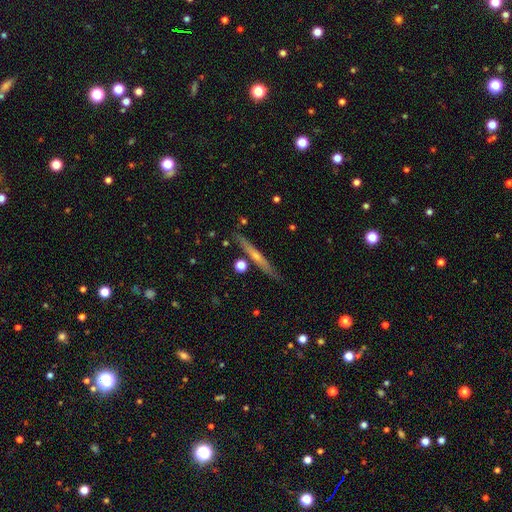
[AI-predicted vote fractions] featured or disk 60%, smooth 33%, star or artifact 7%. Down the decision tree: edge-on disk — yes (96%); edge-on bulge — rounded (50%); merging — none (87%).